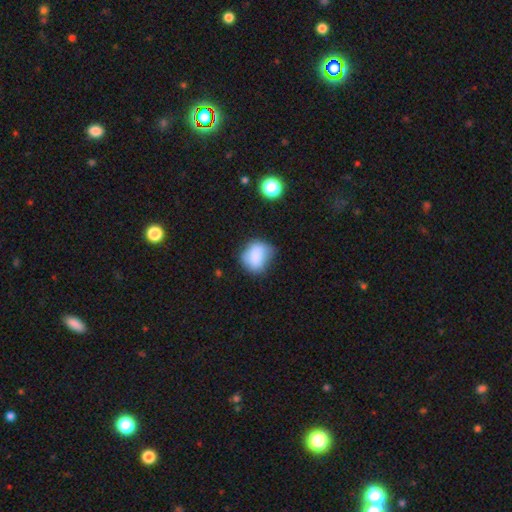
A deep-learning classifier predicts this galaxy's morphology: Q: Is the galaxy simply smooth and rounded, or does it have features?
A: smooth — 81%.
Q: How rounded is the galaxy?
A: round — 50%.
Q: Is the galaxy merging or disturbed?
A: none — 49%.